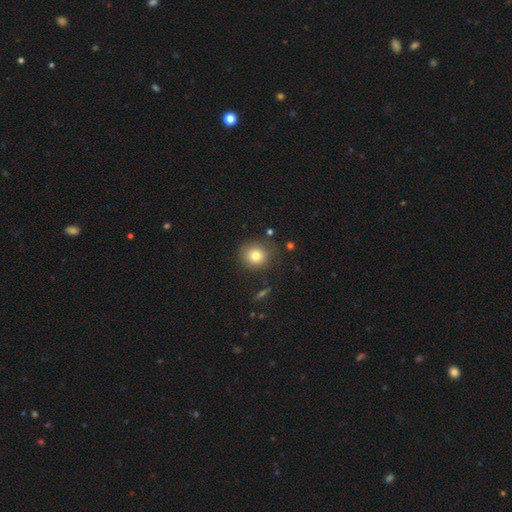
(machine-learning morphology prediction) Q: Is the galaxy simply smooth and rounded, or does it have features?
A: smooth — 80%.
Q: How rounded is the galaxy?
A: round — 83%.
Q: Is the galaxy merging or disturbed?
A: none — 81%.